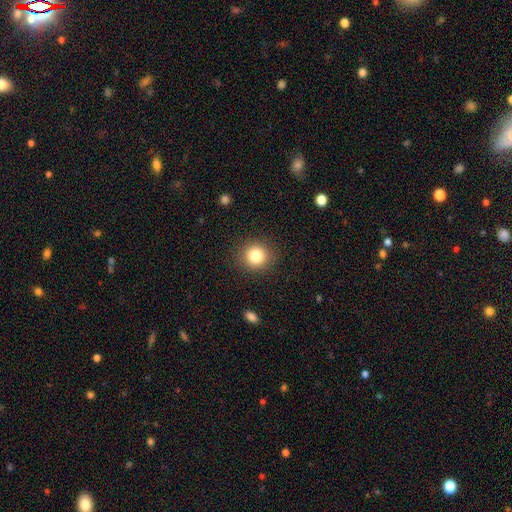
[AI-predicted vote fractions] Q: Smooth or featured?
A: smooth (83%); runner-up: star or artifact (11%)
Q: How rounded?
A: round (90%); runner-up: in between (9%)
Q: Merging?
A: none (89%); runner-up: minor disturbance (7%)